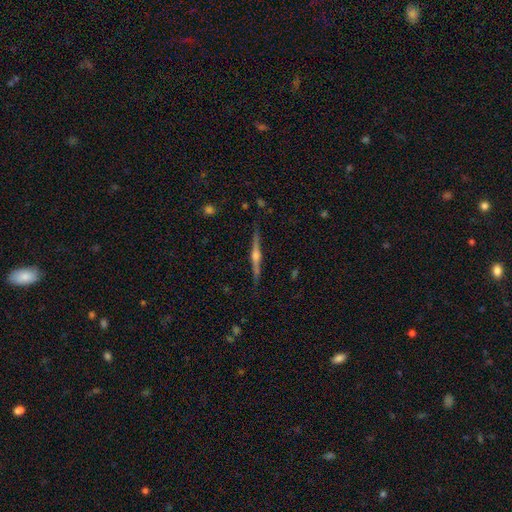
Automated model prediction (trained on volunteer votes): Overall: featured or disk (83%). Edge-on disk: yes (98%). Edge-on bulge: rounded (92%). Merging: none (89%).